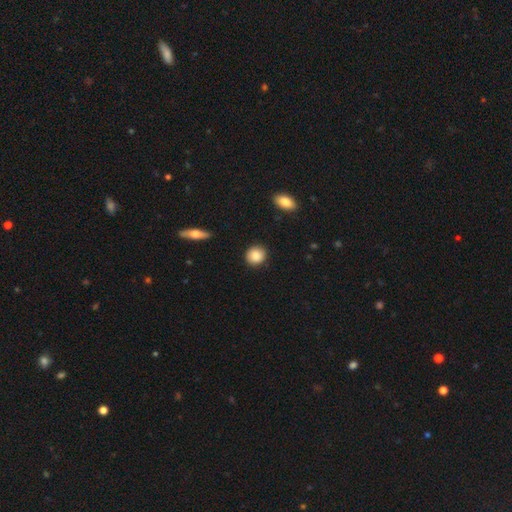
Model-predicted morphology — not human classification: smooth-or-featured: smooth: 88% | star or artifact: 7% | featured or disk: 5%
  how-rounded: round: 85% | in between: 14% | cigar-shaped: 1%
  merging: none: 89% | minor disturbance: 8% | major disturbance: 2% | merger: 1%